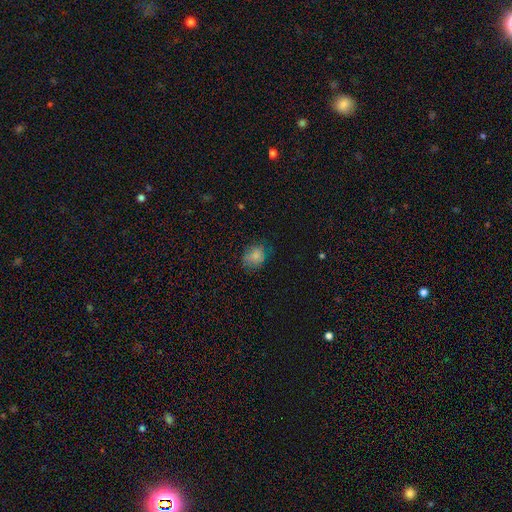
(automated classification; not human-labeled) This appears to be a smooth galaxy with no disk features (78%) that is in between round and cigar-shaped (53%). Merging: none (65%).